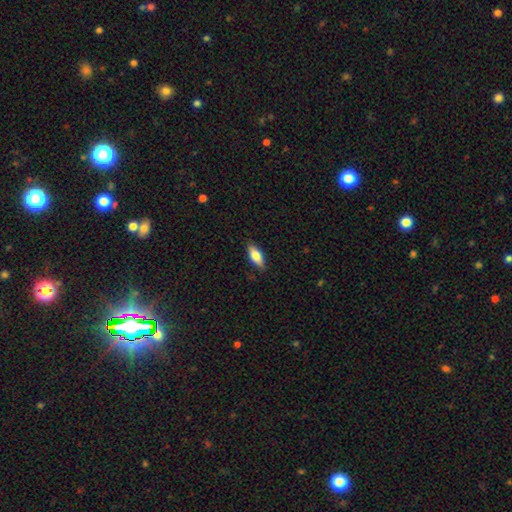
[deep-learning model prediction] This is likely a smooth galaxy (72%). How rounded: likely in between (76%). Merging: clearly none (86%).